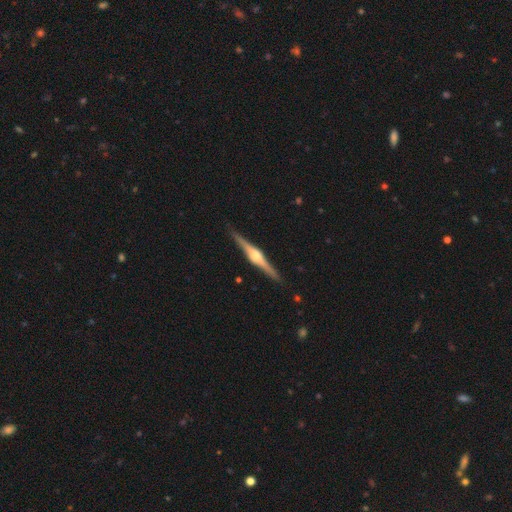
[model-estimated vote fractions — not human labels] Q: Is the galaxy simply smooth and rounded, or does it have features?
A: featured or disk — 85%.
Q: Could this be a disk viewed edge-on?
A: yes — 99%.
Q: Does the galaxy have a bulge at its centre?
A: rounded — 91%.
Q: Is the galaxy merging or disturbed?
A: none — 91%.